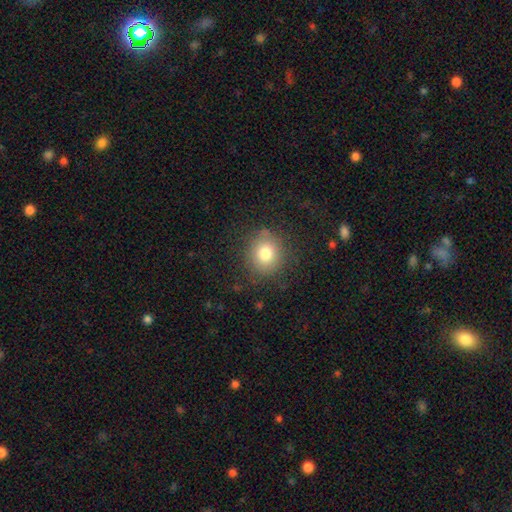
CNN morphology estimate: A smooth galaxy with no disk features (66%) that is round (90%).

Vote fractions:
- Smooth or featured? smooth: 66% / star or artifact: 25% / featured or disk: 9%
- How rounded? round: 90% / in between: 9% / cigar-shaped: 1%
- Merging? none: 90% / minor disturbance: 7% / major disturbance: 3% / merger: 1%